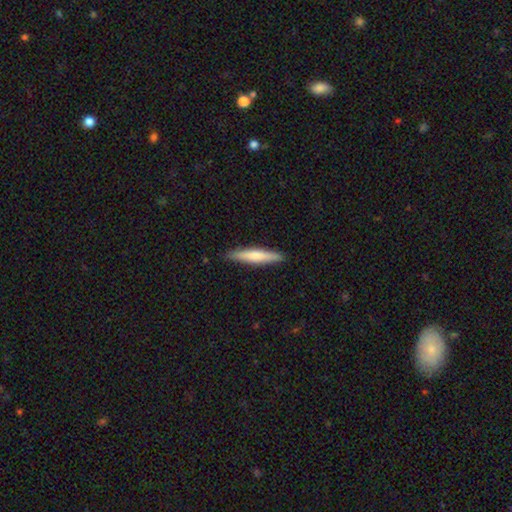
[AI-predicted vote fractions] A smooth galaxy with no disk features (62%) that is cigar-shaped (92%). Merging: none (90%).